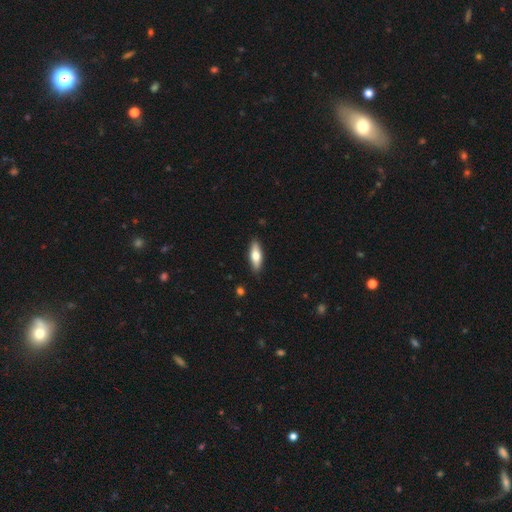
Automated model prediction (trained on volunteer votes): The model was most divided on "how rounded": in between: 55%, cigar-shaped: 43%, round: 2%. More confident: merging — none (88%); smooth or featured — smooth (67%).